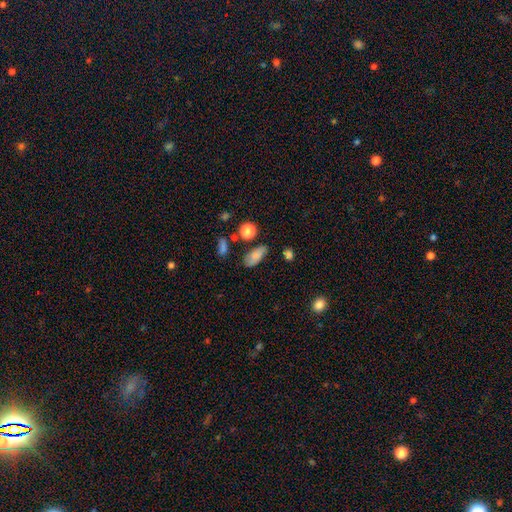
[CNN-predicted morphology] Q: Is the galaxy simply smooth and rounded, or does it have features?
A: smooth — 76%.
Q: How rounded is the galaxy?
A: in between — 84%.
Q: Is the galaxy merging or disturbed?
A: none — 68%.